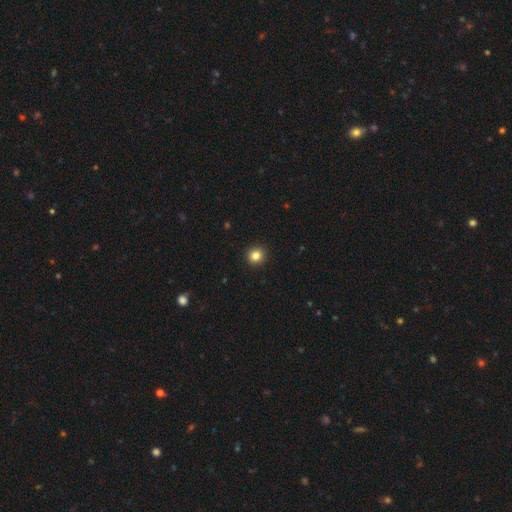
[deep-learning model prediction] Smooth or featured? Predicted: smooth (p=0.84). How rounded? Predicted: round (p=0.93). Merging? Predicted: none (p=0.93).